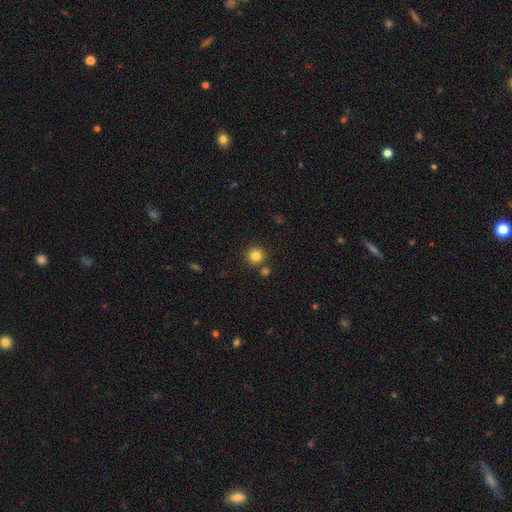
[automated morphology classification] Overall: smooth (82%). How rounded: round (94%). Merging: none (82%).